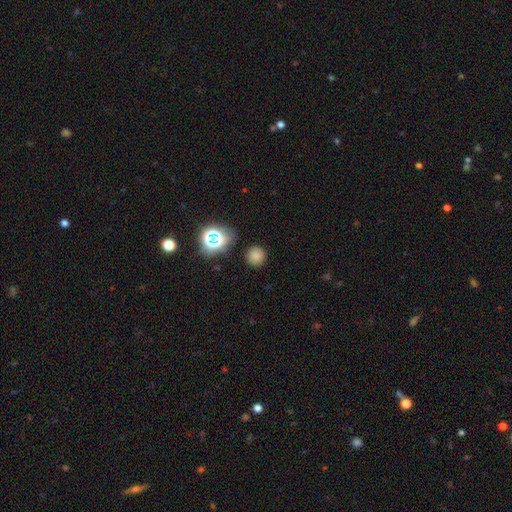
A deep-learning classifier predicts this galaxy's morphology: Smooth or featured? smooth (75%)
How rounded? round (91%)
Merging? none (87%)